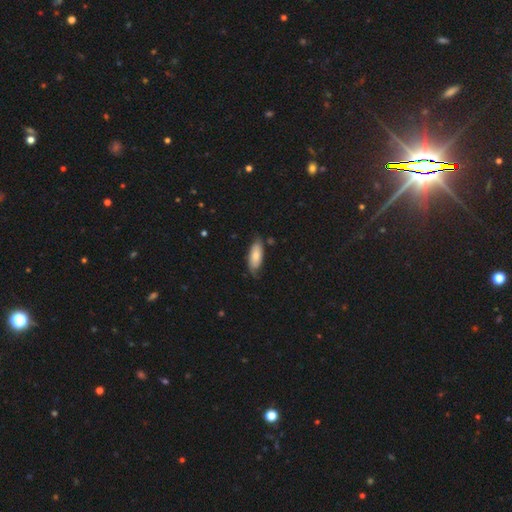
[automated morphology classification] smooth 72%, featured or disk 22%, star or artifact 6%. Down the decision tree: how rounded — in between (78%); merging — none (68%).